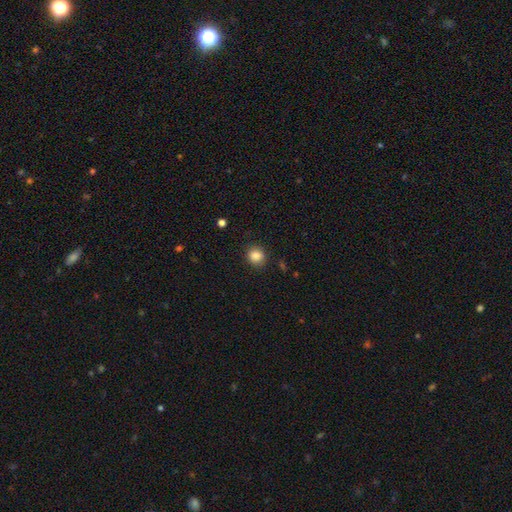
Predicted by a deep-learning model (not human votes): This is clearly a smooth galaxy (85%). How rounded: likely round (80%). Merging: clearly none (88%).